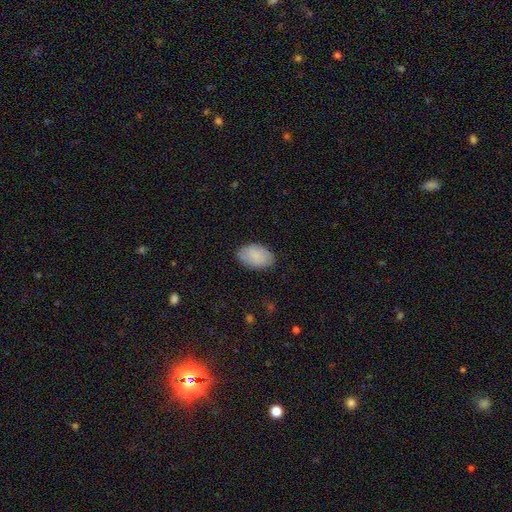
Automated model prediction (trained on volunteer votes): Smooth or featured?
  - smooth: 85% *
  - featured or disk: 9%
  - star or artifact: 6%
How rounded?
  - in between: 92% *
  - round: 7%
  - cigar-shaped: 1%
Merging?
  - none: 82% *
  - minor disturbance: 14%
  - major disturbance: 3%
  - merger: 1%